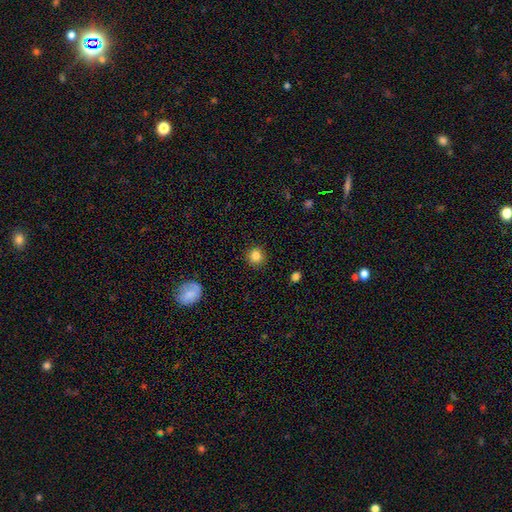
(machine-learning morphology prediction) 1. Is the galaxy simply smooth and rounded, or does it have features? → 84% smooth, 11% star or artifact, 6% featured or disk.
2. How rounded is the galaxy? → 93% round, 6% in between, 1% cigar-shaped.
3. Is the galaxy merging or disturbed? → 91% none, 6% minor disturbance, 2% major disturbance, 1% merger.